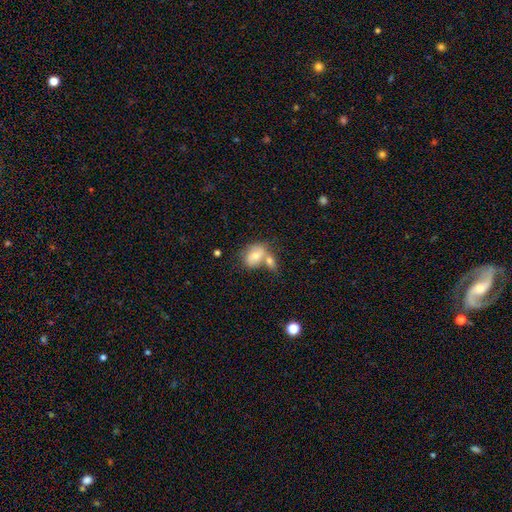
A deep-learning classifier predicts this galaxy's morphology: A smooth galaxy with no disk features (69%) that is in between round and cigar-shaped (70%).

Vote fractions:
- Smooth or featured? smooth: 69% / featured or disk: 23% / star or artifact: 8%
- How rounded? in between: 70% / round: 28% / cigar-shaped: 2%
- Merging? merger: 52% / none: 30% / minor disturbance: 12% / major disturbance: 5%